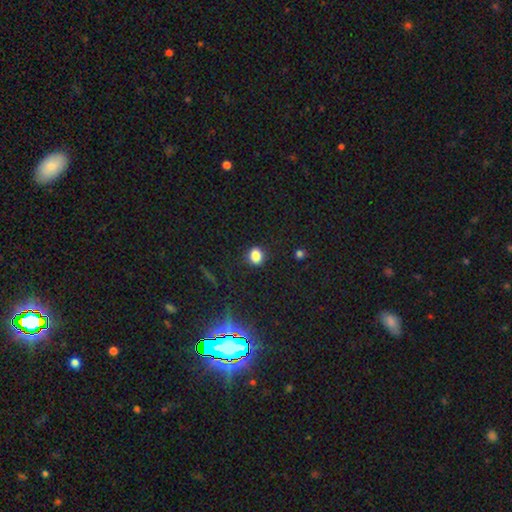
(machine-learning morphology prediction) Smooth or featured? Predicted: smooth (p=0.82). How rounded? Predicted: round (p=0.63). Merging? Predicted: none (p=0.85).